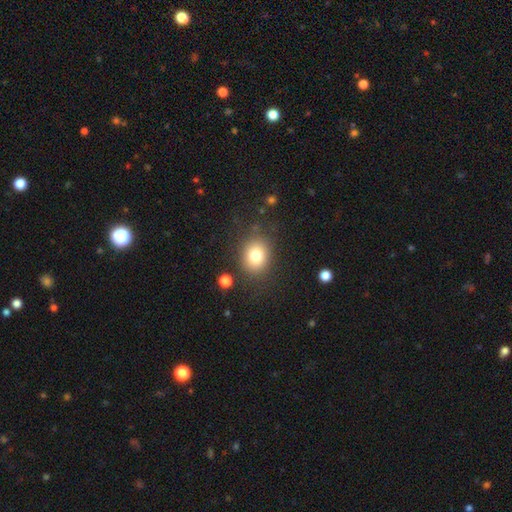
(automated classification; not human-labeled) This is likely a smooth galaxy (80%). How rounded: possibly round (58%). Merging: clearly none (82%).